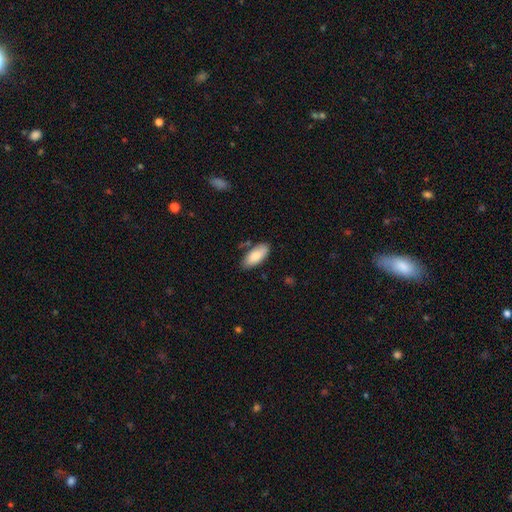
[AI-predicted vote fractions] This appears to be a smooth galaxy with no disk features (83%) that is in between round and cigar-shaped (87%). Merging: none (76%).